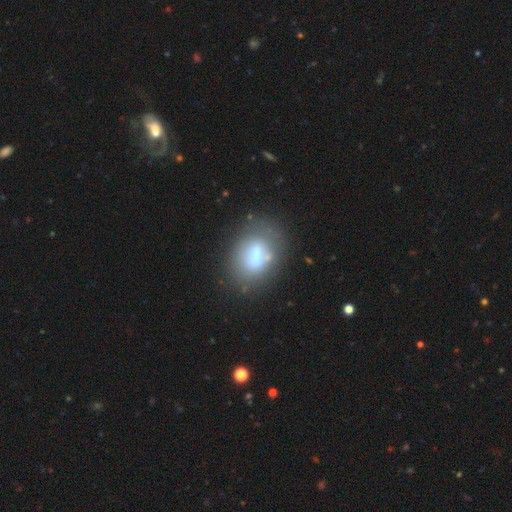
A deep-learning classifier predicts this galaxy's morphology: smooth-or-featured: smooth: 62% | featured or disk: 27% | star or artifact: 11%
  how-rounded: in between: 77% | round: 20% | cigar-shaped: 3%
  merging: none: 59% | minor disturbance: 20% | merger: 12% | major disturbance: 9%